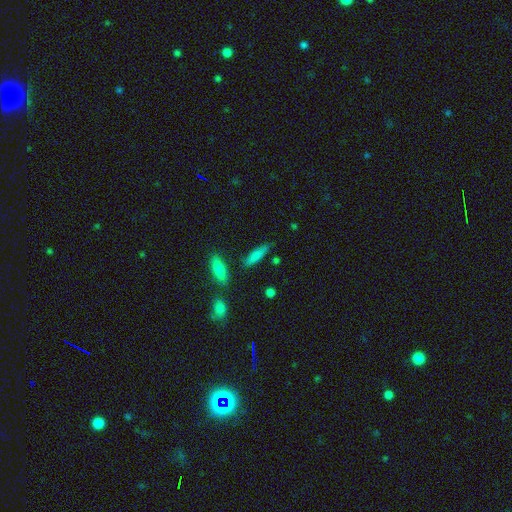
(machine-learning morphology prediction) Smooth or featured?
  - smooth: 79% *
  - featured or disk: 13%
  - star or artifact: 8%
How rounded?
  - cigar-shaped: 68% *
  - in between: 29%
  - round: 3%
Merging?
  - none: 76% *
  - minor disturbance: 15%
  - merger: 5%
  - major disturbance: 4%